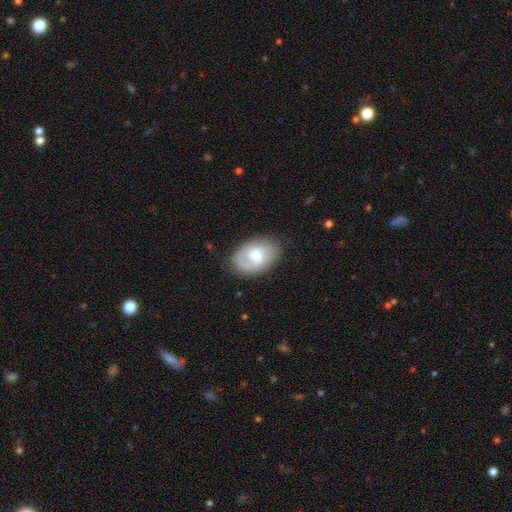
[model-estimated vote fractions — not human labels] smooth 54%, featured or disk 39%, star or artifact 7%. Down the decision tree: how rounded — in between (85%); merging — none (78%).